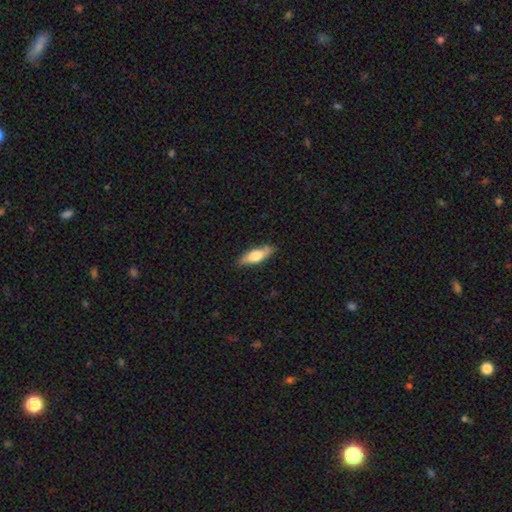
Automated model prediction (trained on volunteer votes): A smooth galaxy with no disk features (62%) that is in between round and cigar-shaped (52%).

Vote fractions:
- Smooth or featured? smooth: 62% / featured or disk: 32% / star or artifact: 6%
- How rounded? in between: 52% / cigar-shaped: 45% / round: 3%
- Merging? none: 86% / minor disturbance: 11% / major disturbance: 2% / merger: 1%